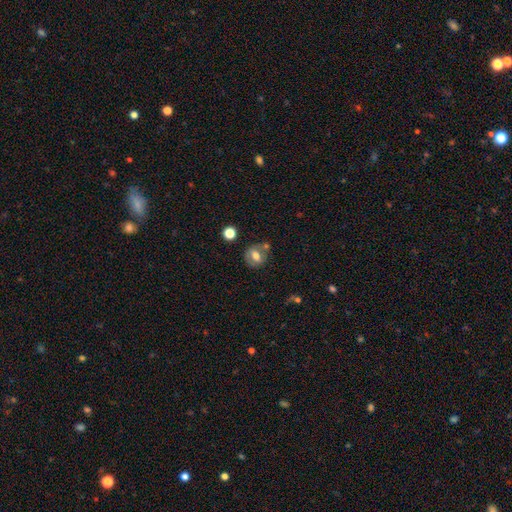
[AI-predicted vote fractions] Smooth or featured? Predicted: smooth (p=0.61). How rounded? Predicted: round (p=0.62). Merging? Predicted: none (p=0.60).